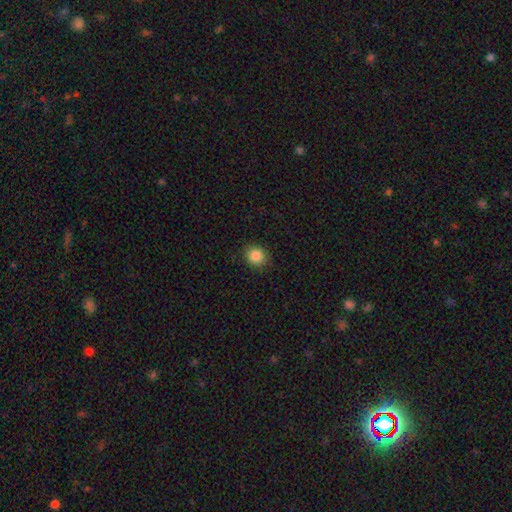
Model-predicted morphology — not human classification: Smooth or featured? smooth (86%)
How rounded? round (73%)
Merging? none (88%)